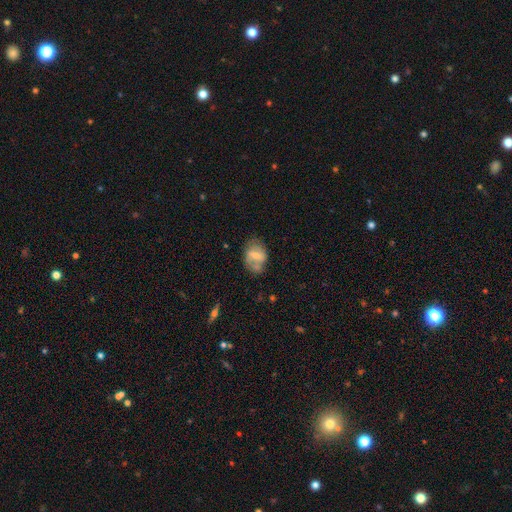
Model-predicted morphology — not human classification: A featured or disk galaxy (50%). Merging: none (49%).